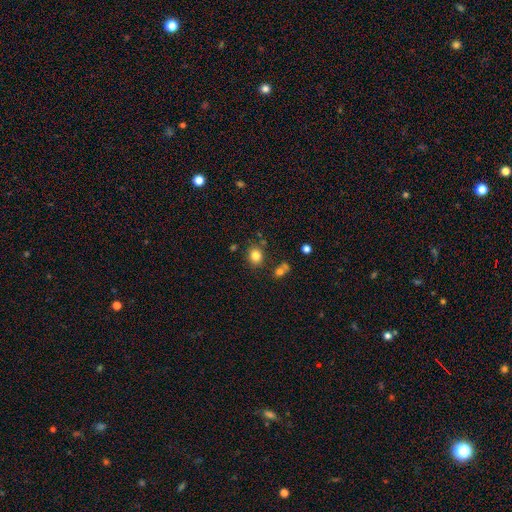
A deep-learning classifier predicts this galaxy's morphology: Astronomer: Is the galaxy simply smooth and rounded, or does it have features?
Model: smooth — 82%.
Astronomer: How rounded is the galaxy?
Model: round — 64%.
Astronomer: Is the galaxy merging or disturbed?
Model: none — 78%.